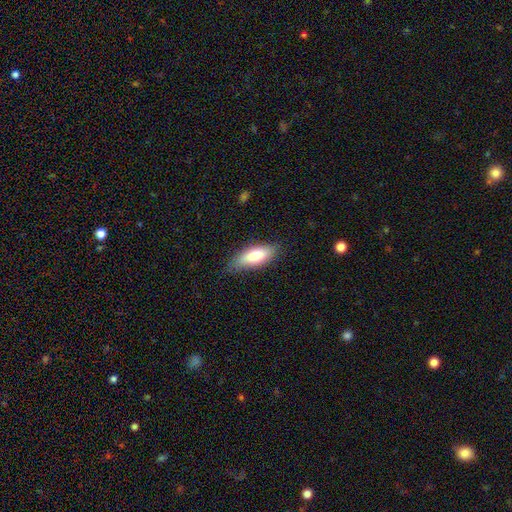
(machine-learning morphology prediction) type=smooth (77%); roundness=in between (70%); merging=none (77%).